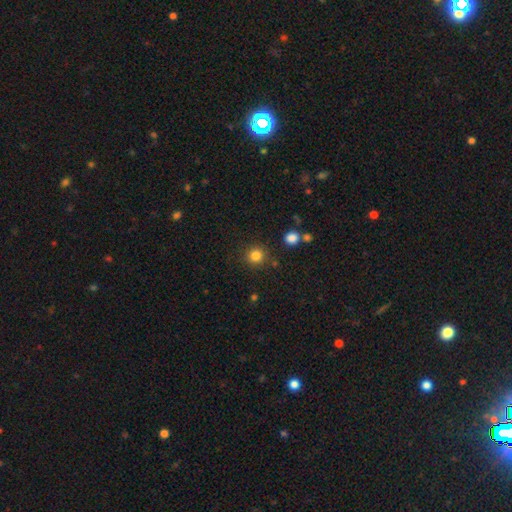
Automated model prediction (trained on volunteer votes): Smooth or featured: smooth — 83% (star or artifact — 12%)
How rounded: round — 93% (in between — 6%)
Merging: none — 87% (minor disturbance — 7%)